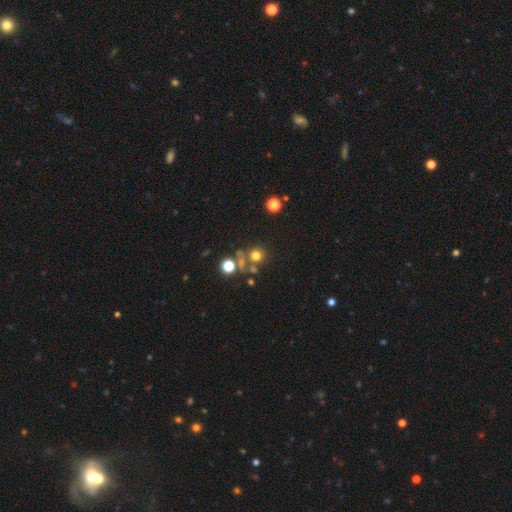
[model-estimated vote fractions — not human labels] Overall: smooth (69%). How rounded: round (90%). Merging: none (64%).